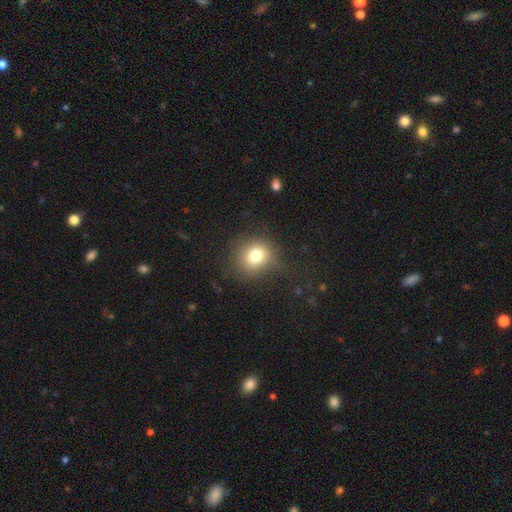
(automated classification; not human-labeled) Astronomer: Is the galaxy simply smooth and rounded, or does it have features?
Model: smooth — 78%.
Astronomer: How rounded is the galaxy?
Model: round — 77%.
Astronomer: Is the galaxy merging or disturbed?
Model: none — 78%.